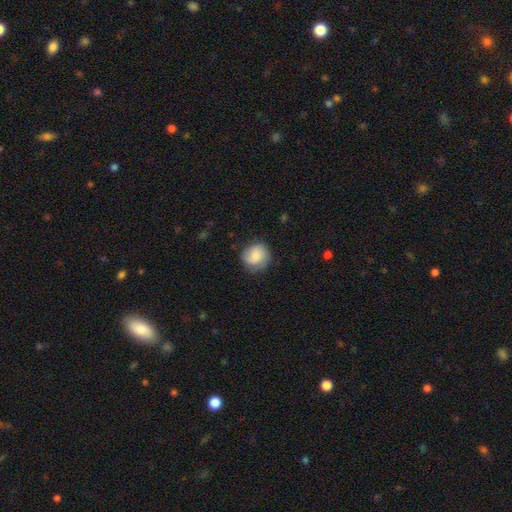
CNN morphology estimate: This is likely a smooth galaxy (74%). How rounded: clearly round (84%). Merging: likely none (74%).